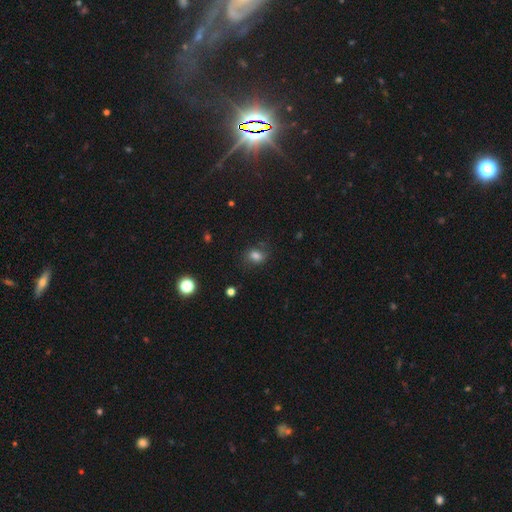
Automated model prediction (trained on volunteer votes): smooth-or-featured: smooth: 78% | star or artifact: 13% | featured or disk: 8%
  how-rounded: in between: 57% | round: 42% | cigar-shaped: 1%
  merging: none: 73% | minor disturbance: 18% | major disturbance: 6% | merger: 2%